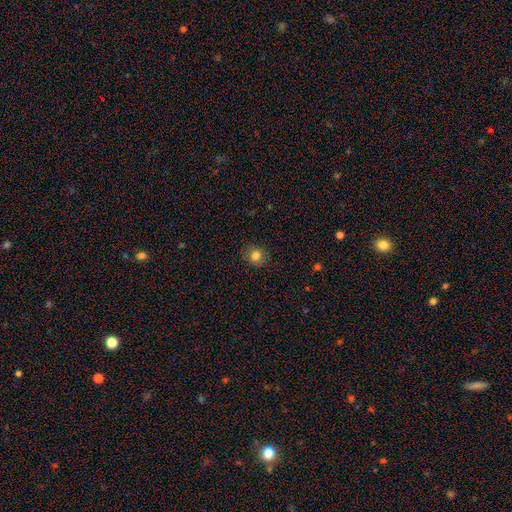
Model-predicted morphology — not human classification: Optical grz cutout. It shows a smooth galaxy with no disk features (81%) that is round (81%). Merging: none (88%).